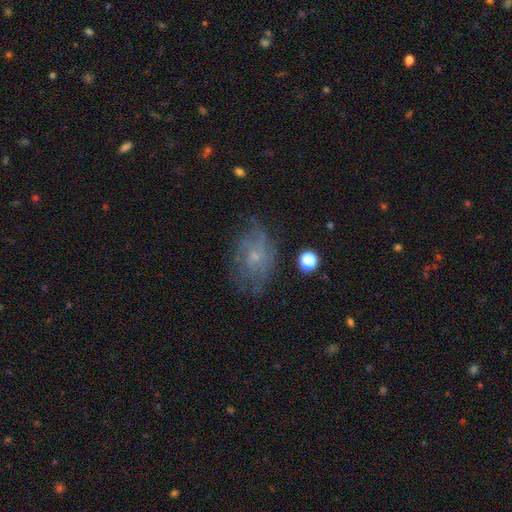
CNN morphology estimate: Q: Smooth or featured?
A: featured or disk (56%); runner-up: smooth (32%)
Q: Edge-on disk?
A: no (96%); runner-up: yes (4%)
Q: Bar?
A: no (81%); runner-up: weak (16%)
Q: Spiral arms?
A: yes (69%); runner-up: no (31%)
Q: Bulge size?
A: small (72%); runner-up: moderate (19%)
Q: Merging?
A: none (60%); runner-up: minor disturbance (25%)